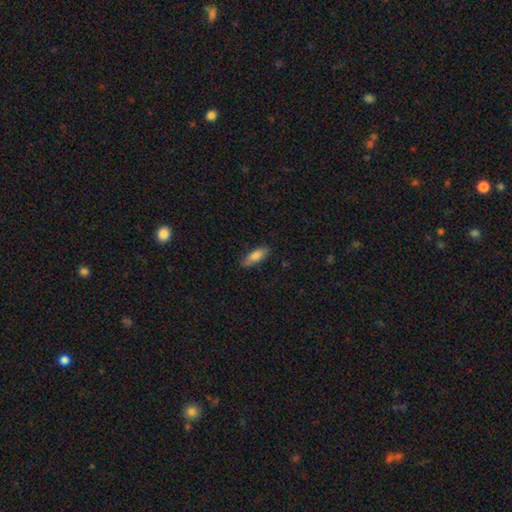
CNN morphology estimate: type=smooth (81%); roundness=in between (67%); merging=none (81%).